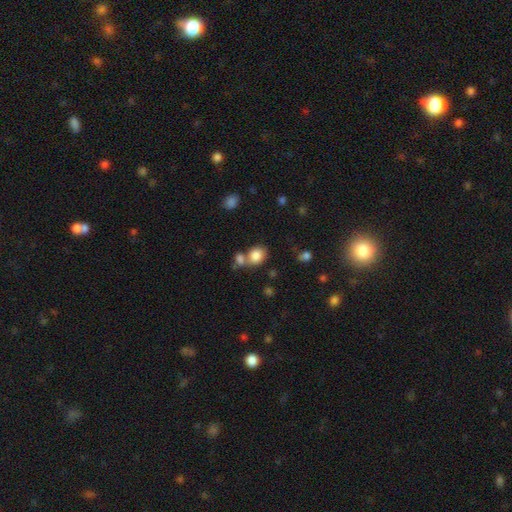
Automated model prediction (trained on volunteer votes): A smooth galaxy with no disk features (83%) that is round (55%). Merging: none (45%).